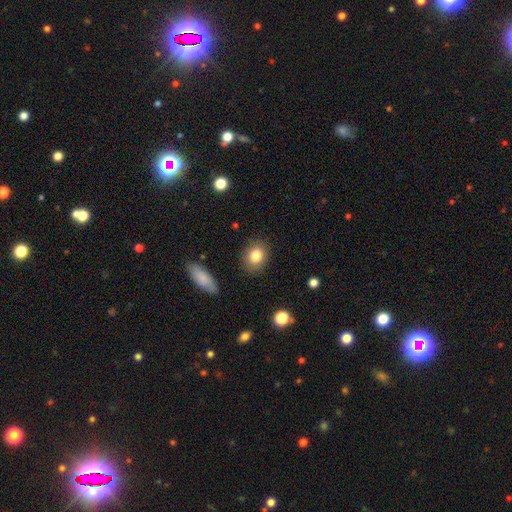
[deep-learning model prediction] Smooth or featured: smooth — 83% (featured or disk — 9%)
How rounded: in between — 51% (round — 48%)
Merging: none — 86% (minor disturbance — 10%)